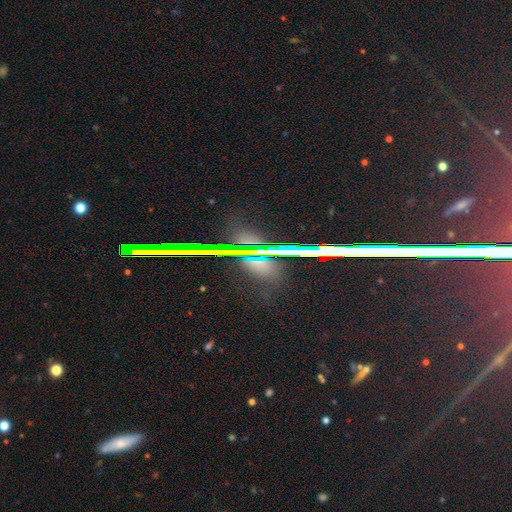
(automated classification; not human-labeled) The model was most divided on "smooth or featured": star or artifact: 65%, smooth: 20%, featured or disk: 15%.